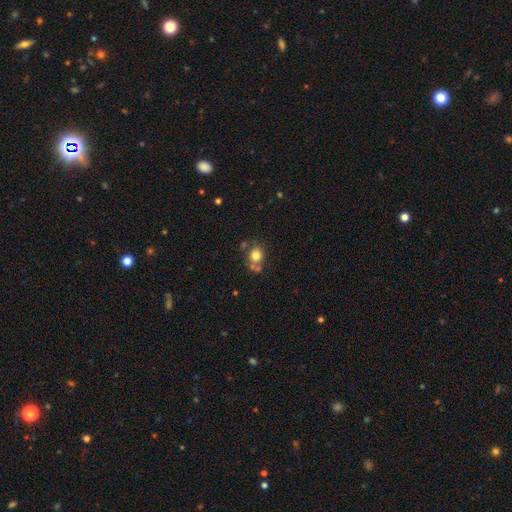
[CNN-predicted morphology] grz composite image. It shows a smooth galaxy with no disk features (77%) that is round (77%). Merging: none (60%).